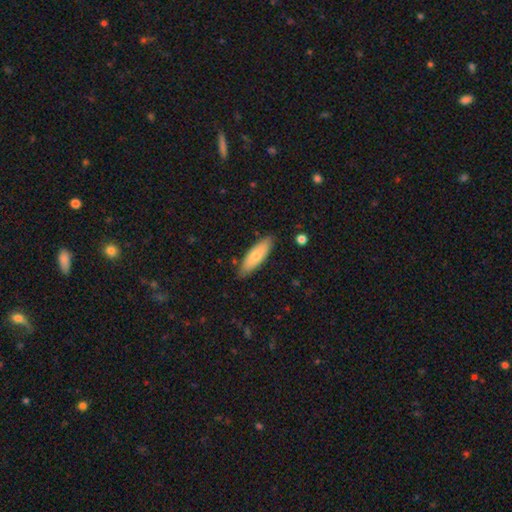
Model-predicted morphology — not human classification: smooth_or_featured: smooth (p=0.74) [alt: featured or disk p=0.20]
how_rounded: in between (p=0.54) [alt: cigar-shaped p=0.44]
merging: none (p=0.84) [alt: minor disturbance p=0.12]